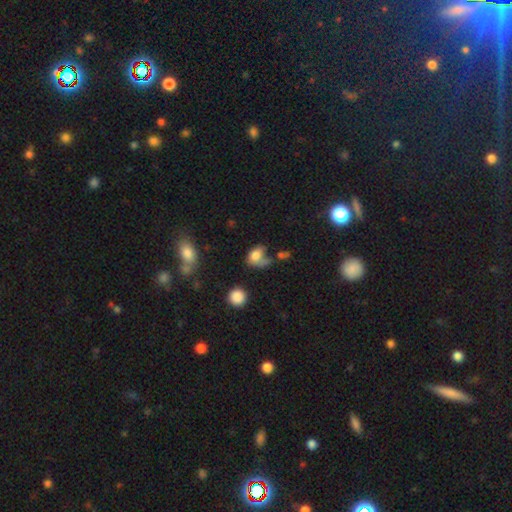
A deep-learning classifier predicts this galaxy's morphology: smooth-or-featured: smooth: 70% | featured or disk: 19% | star or artifact: 11%
  how-rounded: in between: 71% | round: 27% | cigar-shaped: 2%
  merging: major disturbance: 32% | none: 28% | minor disturbance: 20% | merger: 20%